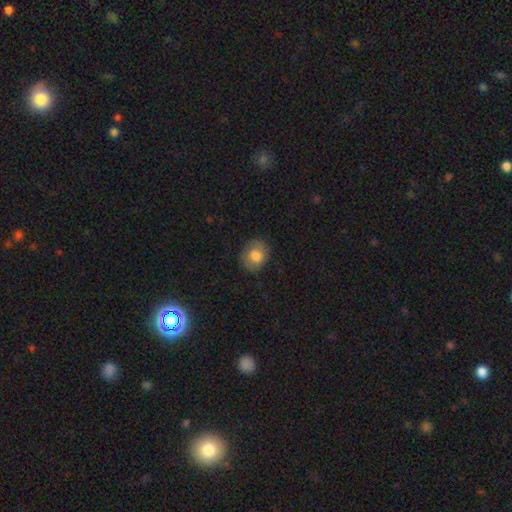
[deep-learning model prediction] Q: Smooth or featured?
A: smooth (78%); runner-up: featured or disk (14%)
Q: How rounded?
A: round (70%); runner-up: in between (29%)
Q: Merging?
A: none (81%); runner-up: minor disturbance (14%)